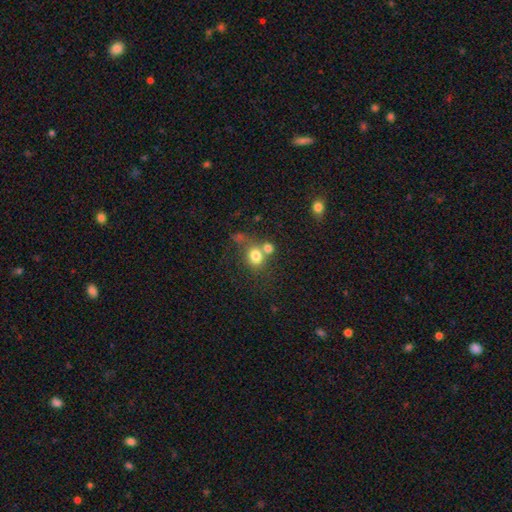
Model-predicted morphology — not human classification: Q: Smooth or featured?
A: smooth (77%); runner-up: star or artifact (12%)
Q: How rounded?
A: round (66%); runner-up: in between (33%)
Q: Merging?
A: none (43%); runner-up: merger (40%)